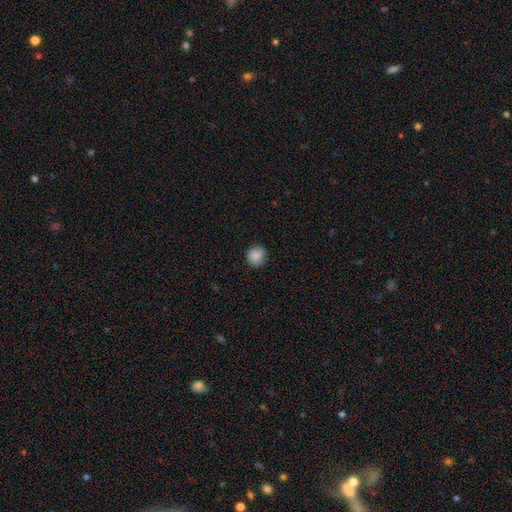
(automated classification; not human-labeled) smooth-or-featured: smooth: 85% | star or artifact: 8% | featured or disk: 6%
  how-rounded: round: 88% | in between: 11% | cigar-shaped: 1%
  merging: none: 79% | minor disturbance: 16% | major disturbance: 3% | merger: 1%